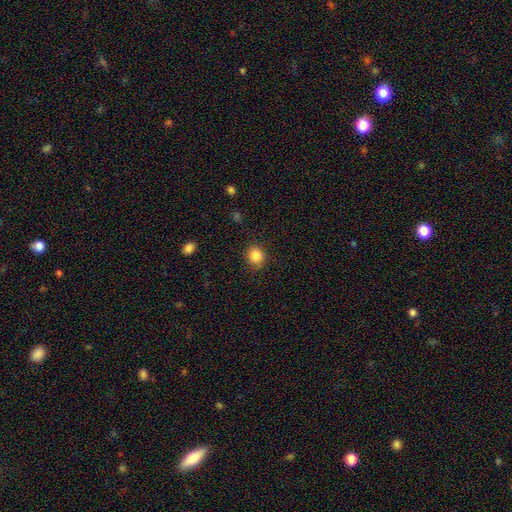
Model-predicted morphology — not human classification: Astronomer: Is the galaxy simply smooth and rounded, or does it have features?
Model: smooth — 85%.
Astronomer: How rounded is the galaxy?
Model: round — 84%.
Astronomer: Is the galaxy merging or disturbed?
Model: none — 86%.